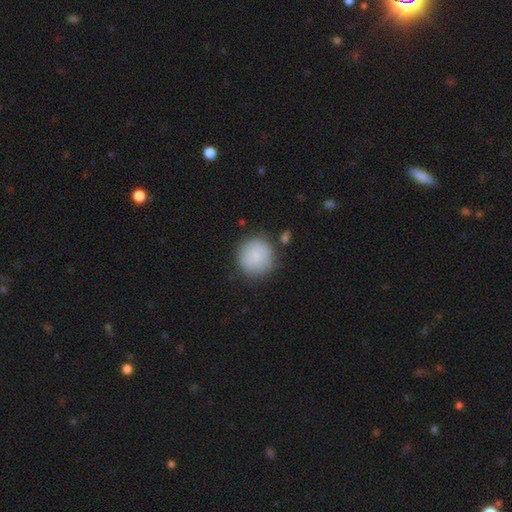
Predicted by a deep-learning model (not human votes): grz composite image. It shows a smooth galaxy with no disk features (78%) that is round (94%). Merging: none (80%).